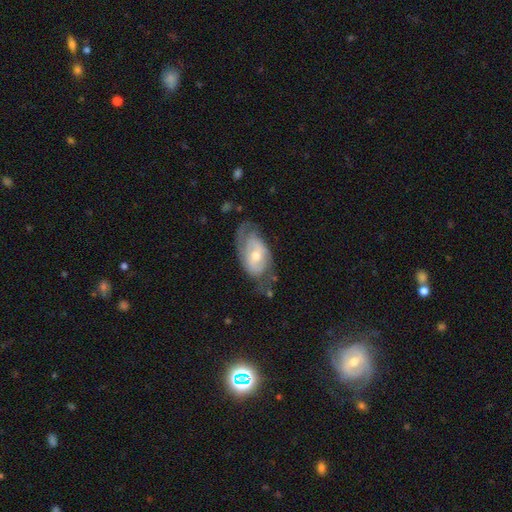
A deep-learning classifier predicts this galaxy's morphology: A featured or disk galaxy (63%) with no bar (54%), spiral arms (72%) and a moderate central bulge (59%).

Vote fractions:
- Smooth or featured? featured or disk: 63% / smooth: 31% / star or artifact: 6%
- Edge-on disk? no: 93% / yes: 7%
- Bar? no: 54% / weak: 35% / strong: 11%
- Spiral arms? yes: 72% / no: 28%
- Bulge size? moderate: 59% / small: 35% / large: 4% / none: 1% / dominant: 1%
- Merging? none: 47% / minor disturbance: 29% / major disturbance: 22% / merger: 2%